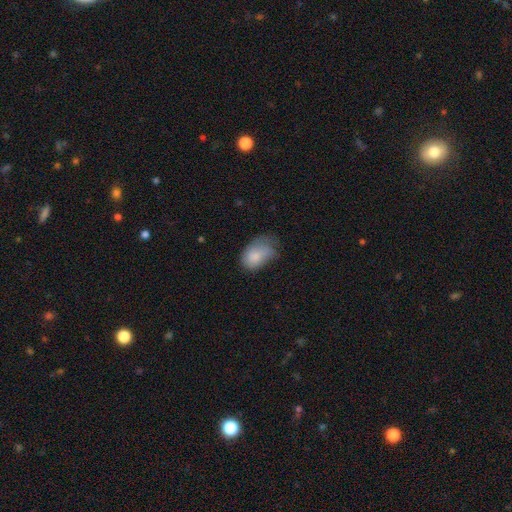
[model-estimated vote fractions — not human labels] smooth 81%, featured or disk 12%, star or artifact 7%. Down the decision tree: how rounded — in between (88%); merging — minor disturbance (41%).